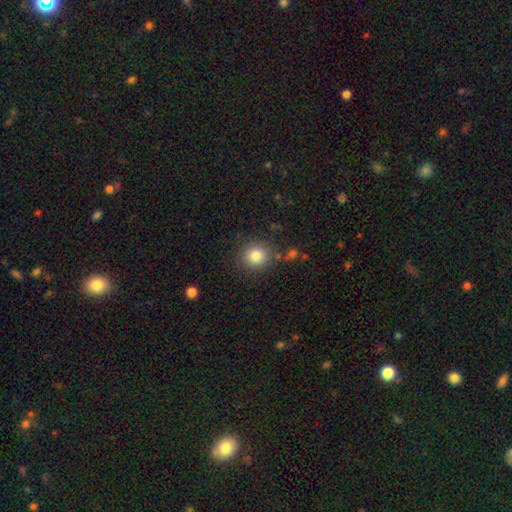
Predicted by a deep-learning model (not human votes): This is clearly a smooth galaxy (82%). How rounded: clearly round (86%). Merging: clearly none (84%).